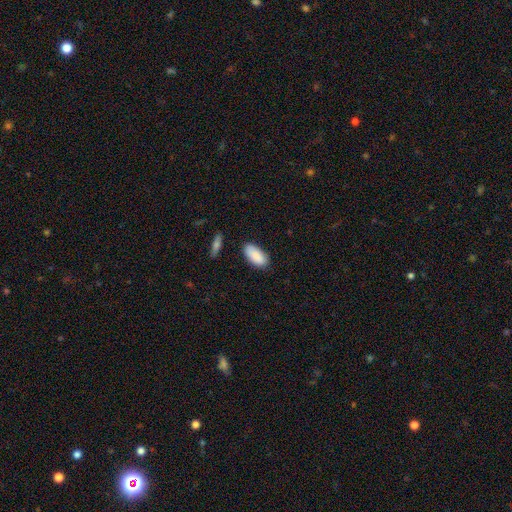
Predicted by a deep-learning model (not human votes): smooth_or_featured: smooth (p=0.89) [alt: star or artifact p=0.07]
how_rounded: in between (p=0.91) [alt: cigar-shaped p=0.06]
merging: none (p=0.79) [alt: minor disturbance p=0.16]